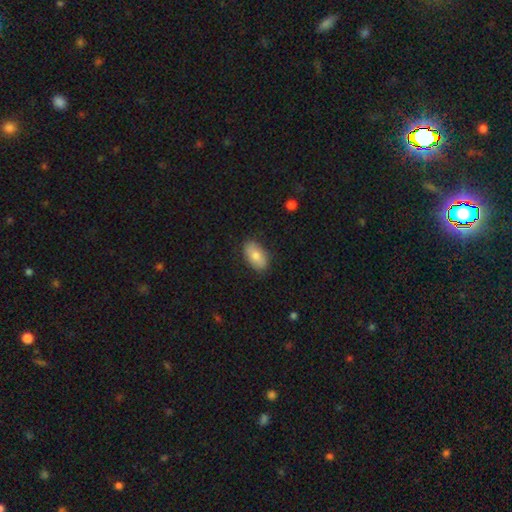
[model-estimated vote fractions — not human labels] smooth 79%, featured or disk 14%, star or artifact 6%. Down the decision tree: how rounded — in between (93%); merging — none (84%).